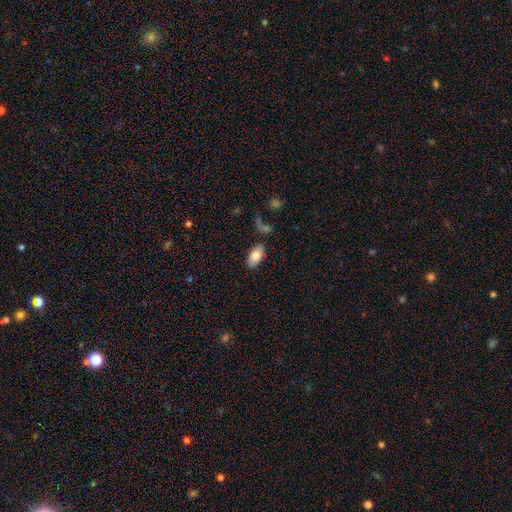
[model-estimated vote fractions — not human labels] Smooth or featured: smooth — 81% (featured or disk — 12%)
How rounded: in between — 91% (cigar-shaped — 6%)
Merging: none — 80% (minor disturbance — 13%)